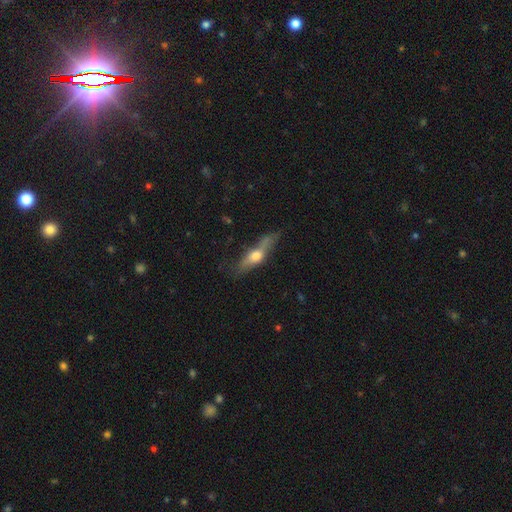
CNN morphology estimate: type=featured or disk (50%); edge-on=yes (81%); merging=none (56%).